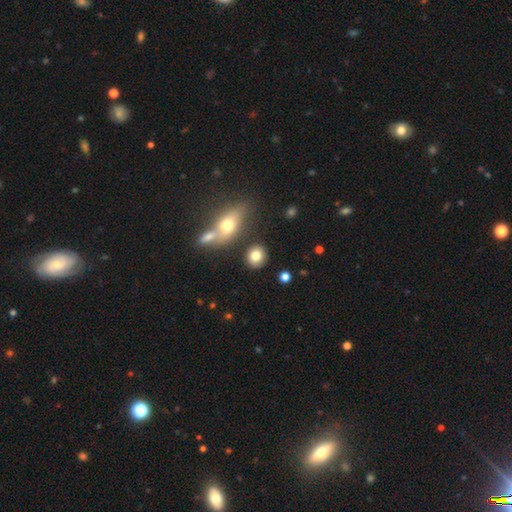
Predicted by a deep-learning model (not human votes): Q: Smooth or featured?
A: smooth (81%); runner-up: featured or disk (10%)
Q: How rounded?
A: round (72%); runner-up: in between (26%)
Q: Merging?
A: none (80%); runner-up: minor disturbance (9%)